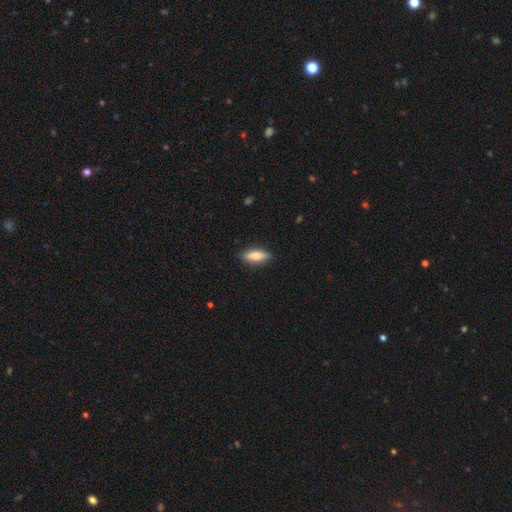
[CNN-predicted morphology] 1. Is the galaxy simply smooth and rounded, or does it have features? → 76% smooth, 18% featured or disk, 6% star or artifact.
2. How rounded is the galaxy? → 63% in between, 34% cigar-shaped, 2% round.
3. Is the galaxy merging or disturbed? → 86% none, 11% minor disturbance, 2% major disturbance, 1% merger.